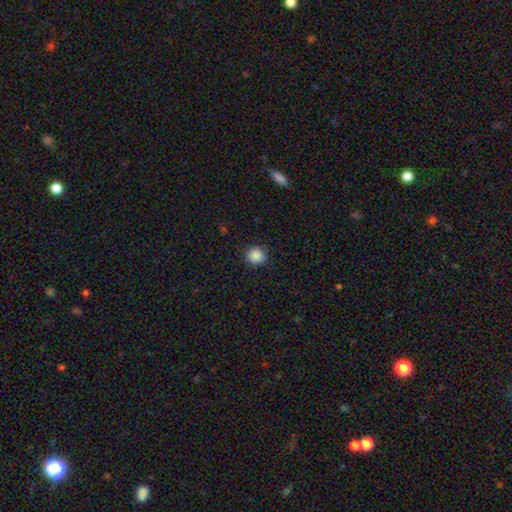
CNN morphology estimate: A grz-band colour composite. It shows a smooth galaxy with no disk features (88%) that is round (91%). Merging: none (91%).